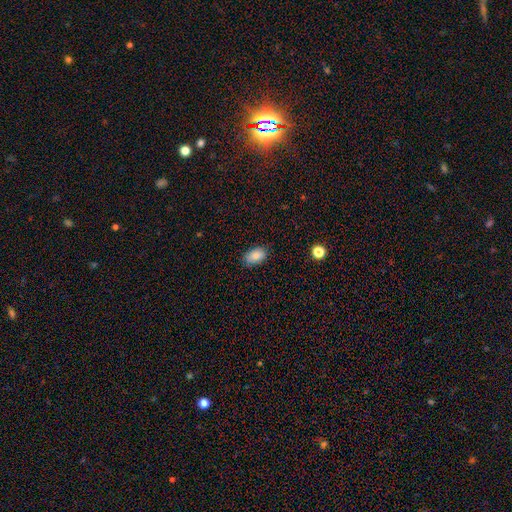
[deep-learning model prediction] smooth-or-featured: smooth: 86% | star or artifact: 8% | featured or disk: 6%
  how-rounded: in between: 90% | round: 9% | cigar-shaped: 1%
  merging: none: 82% | minor disturbance: 15% | major disturbance: 3% | merger: 1%